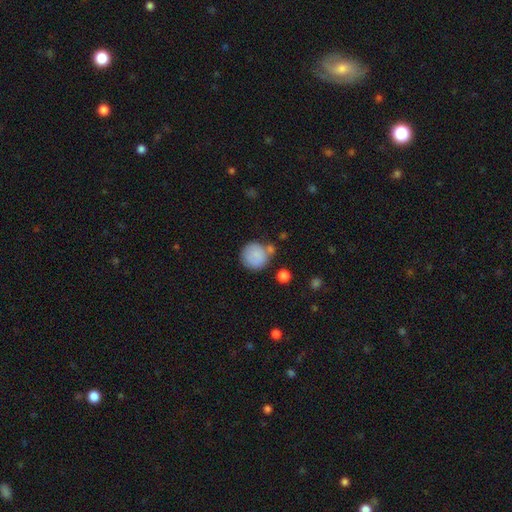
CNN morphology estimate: type=smooth (86%); roundness=round (93%); merging=none (67%).